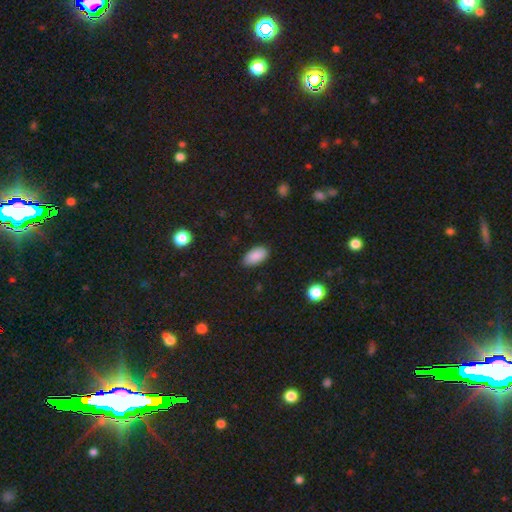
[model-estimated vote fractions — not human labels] Smooth or featured? Predicted: smooth (p=0.89). How rounded? Predicted: in between (p=0.94). Merging? Predicted: none (p=0.86).